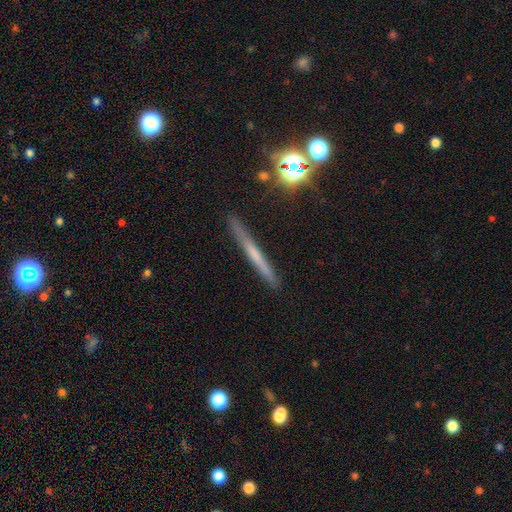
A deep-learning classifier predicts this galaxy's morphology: Smooth or featured? featured or disk (44%, tied with smooth)
Merging? none (89%)